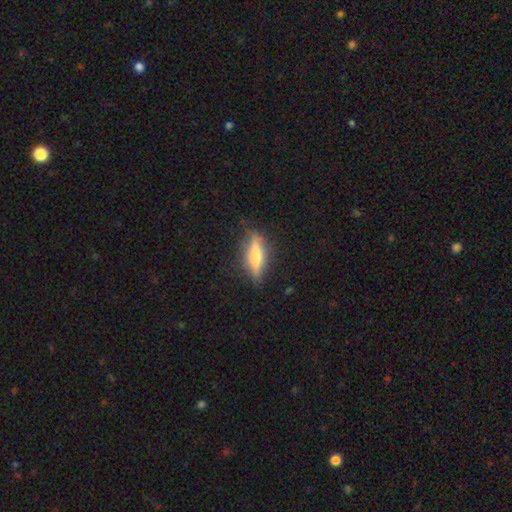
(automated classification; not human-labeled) Morphology: type=featured or disk (49%); merging=none (76%).